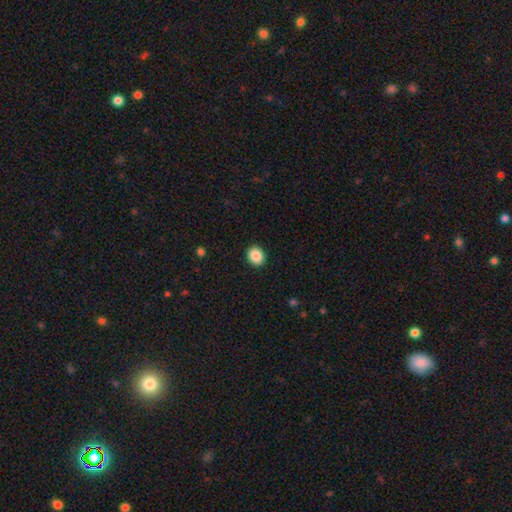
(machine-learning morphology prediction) The model was most divided on "how rounded": round: 62%, in between: 38%, cigar-shaped: 1%. More confident: merging — none (92%); smooth or featured — smooth (88%).